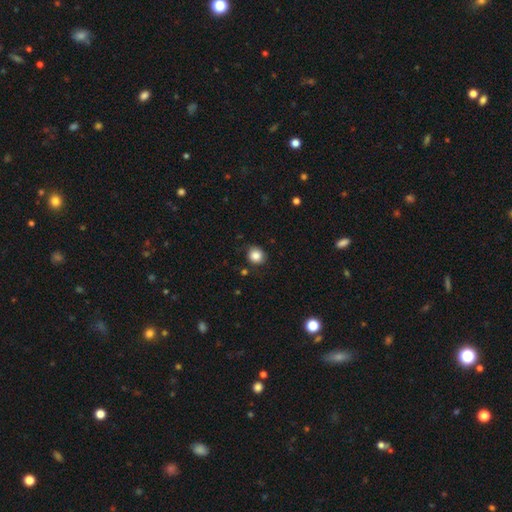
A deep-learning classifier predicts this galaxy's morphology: Q: Smooth or featured?
A: smooth (85%); runner-up: star or artifact (10%)
Q: How rounded?
A: round (81%); runner-up: in between (18%)
Q: Merging?
A: none (81%); runner-up: minor disturbance (14%)